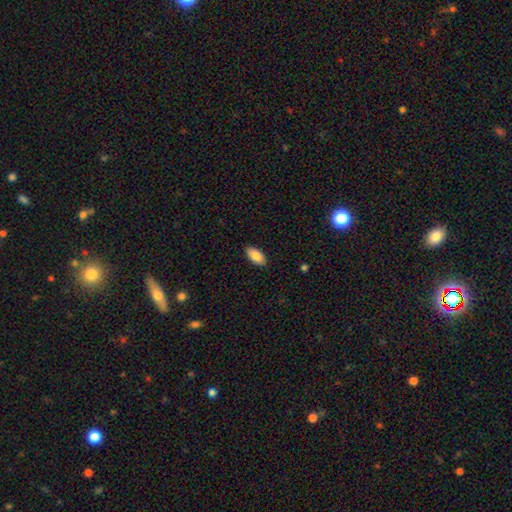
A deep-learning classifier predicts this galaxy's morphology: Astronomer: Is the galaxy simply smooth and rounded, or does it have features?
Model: smooth — 86%.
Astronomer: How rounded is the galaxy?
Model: in between — 94%.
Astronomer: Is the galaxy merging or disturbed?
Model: none — 89%.